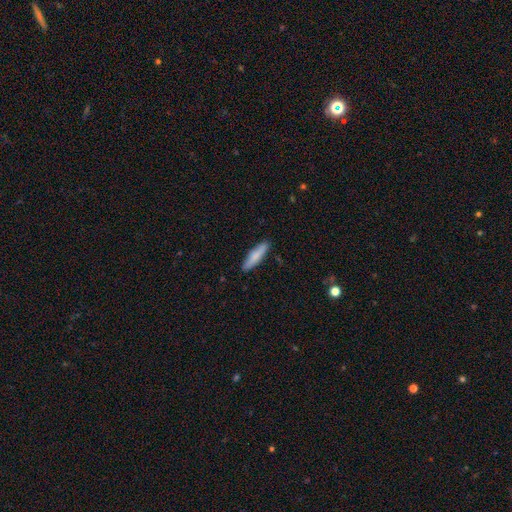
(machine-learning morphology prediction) Smooth or featured: smooth — 79% (featured or disk — 16%)
How rounded: cigar-shaped — 76% (in between — 22%)
Merging: none — 88% (minor disturbance — 9%)